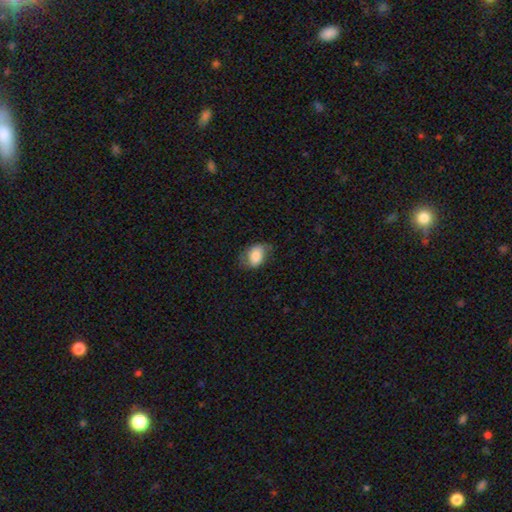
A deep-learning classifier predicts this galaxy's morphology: A smooth galaxy with no disk features (75%) that is in between round and cigar-shaped (82%). Merging: none (56%).